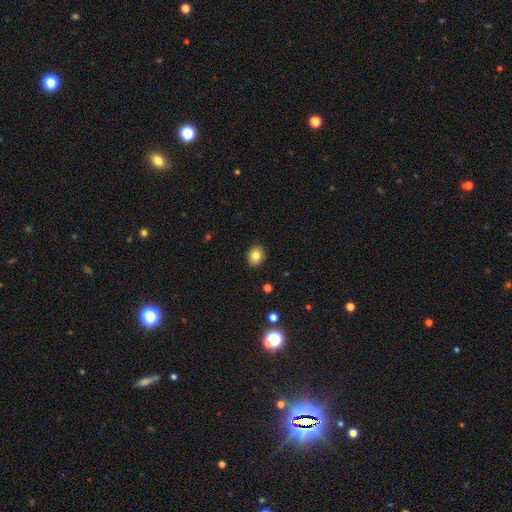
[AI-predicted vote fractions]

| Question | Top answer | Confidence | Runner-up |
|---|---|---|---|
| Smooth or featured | smooth | 82% | star or artifact (10%) |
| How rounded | round | 60% | in between (39%) |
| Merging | none | 90% | minor disturbance (7%) |